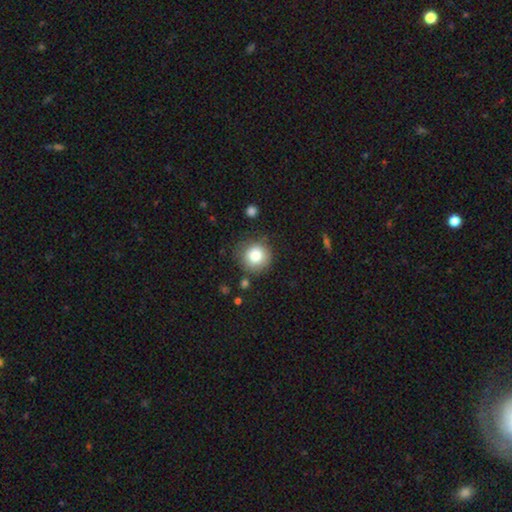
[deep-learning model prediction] smooth 82%, star or artifact 10%, featured or disk 8%. Down the decision tree: how rounded — round (93%); merging — none (80%).